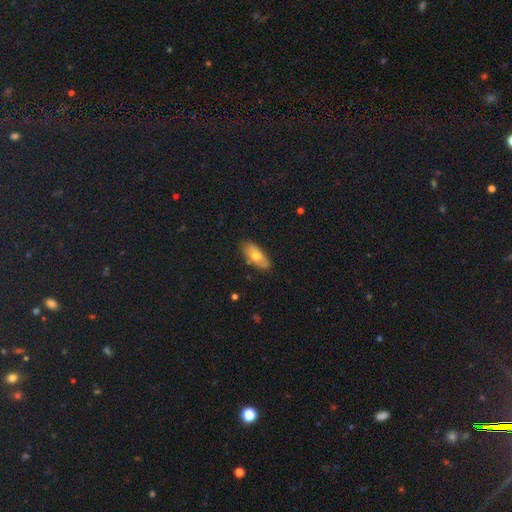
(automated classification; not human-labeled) A smooth galaxy with no disk features (64%) that is in between round and cigar-shaped (84%).

Vote fractions:
- Smooth or featured? smooth: 64% / featured or disk: 29% / star or artifact: 7%
- How rounded? in between: 84% / cigar-shaped: 12% / round: 3%
- Merging? none: 82% / minor disturbance: 14% / major disturbance: 3% / merger: 2%